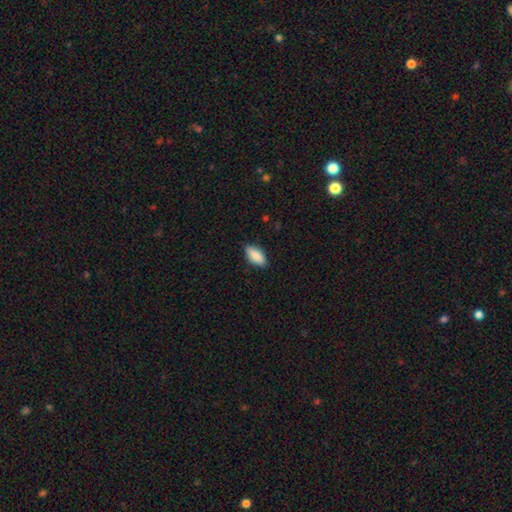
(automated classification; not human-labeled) Q: Smooth or featured?
A: smooth (86%); runner-up: featured or disk (7%)
Q: How rounded?
A: in between (86%); runner-up: cigar-shaped (12%)
Q: Merging?
A: none (85%); runner-up: minor disturbance (12%)